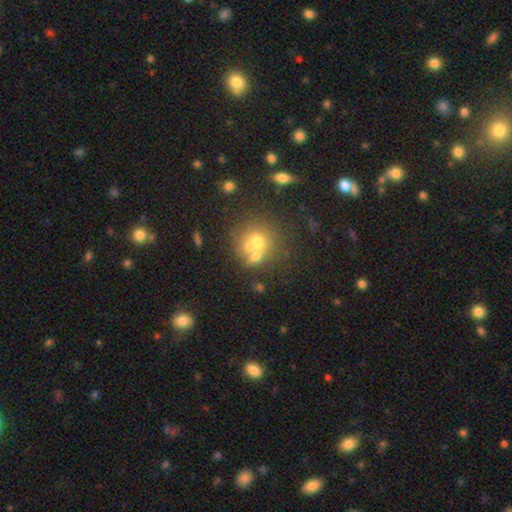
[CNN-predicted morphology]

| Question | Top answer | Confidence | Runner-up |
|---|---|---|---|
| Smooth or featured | smooth | 54% | featured or disk (30%) |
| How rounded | round | 75% | in between (23%) |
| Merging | merger | 50% | none (35%) |